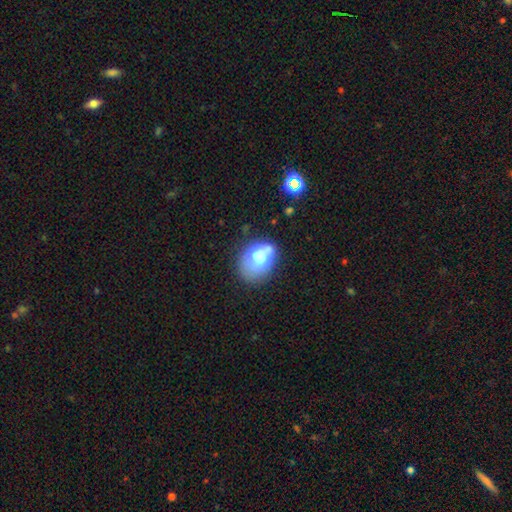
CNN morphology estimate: type=smooth (73%); roundness=in between (69%); merging=none (49%).